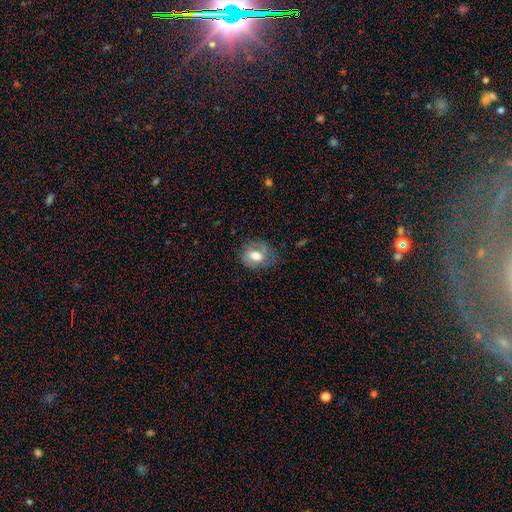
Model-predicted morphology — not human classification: smooth_or_featured: smooth (p=0.56) [alt: featured or disk p=0.36]
how_rounded: in between (p=0.58) [alt: round p=0.41]
merging: none (p=0.62) [alt: minor disturbance p=0.26]